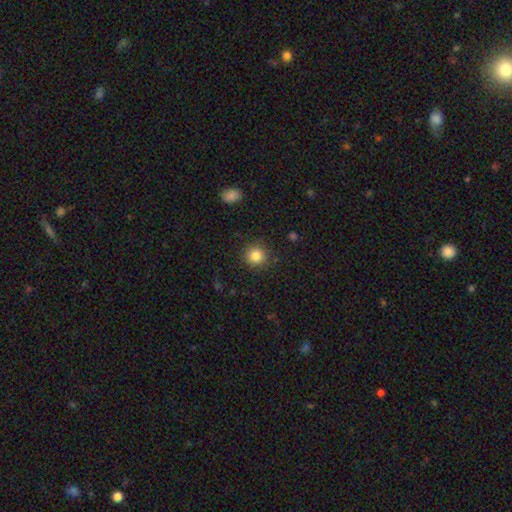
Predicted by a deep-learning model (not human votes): Q: Smooth or featured?
A: smooth (84%); runner-up: star or artifact (11%)
Q: How rounded?
A: round (94%); runner-up: in between (5%)
Q: Merging?
A: none (90%); runner-up: minor disturbance (7%)